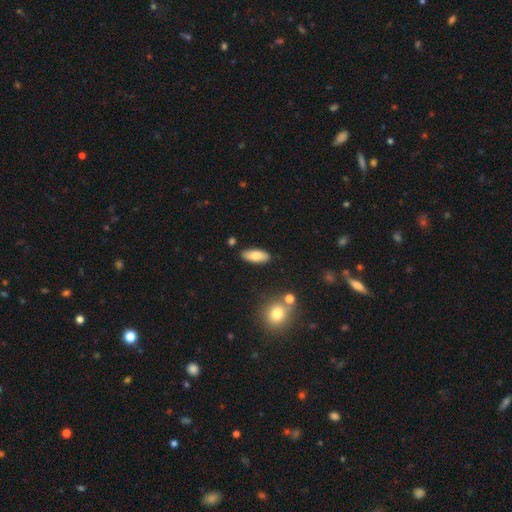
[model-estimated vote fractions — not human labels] This is likely a smooth galaxy (76%). How rounded: clearly in between (81%). Merging: clearly none (86%).